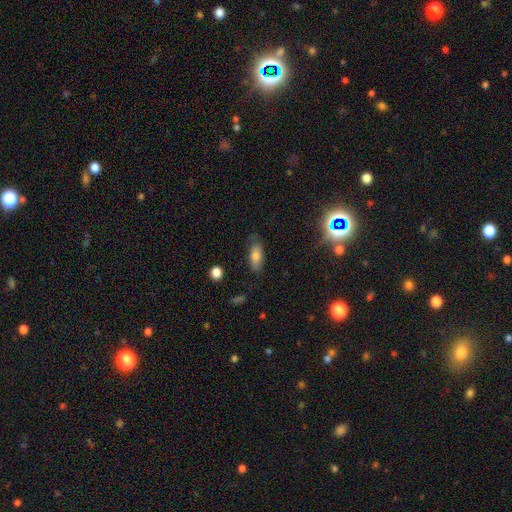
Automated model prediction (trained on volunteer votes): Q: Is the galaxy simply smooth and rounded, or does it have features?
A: smooth — 74%.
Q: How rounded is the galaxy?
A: in between — 81%.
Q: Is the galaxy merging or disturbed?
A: none — 70%.